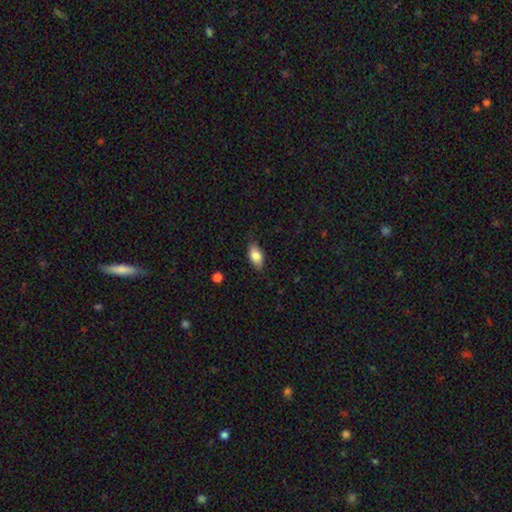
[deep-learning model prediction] Smooth or featured?
  - smooth: 82% *
  - featured or disk: 11%
  - star or artifact: 7%
How rounded?
  - in between: 91% *
  - cigar-shaped: 5%
  - round: 4%
Merging?
  - none: 83% *
  - minor disturbance: 13%
  - major disturbance: 2%
  - merger: 1%